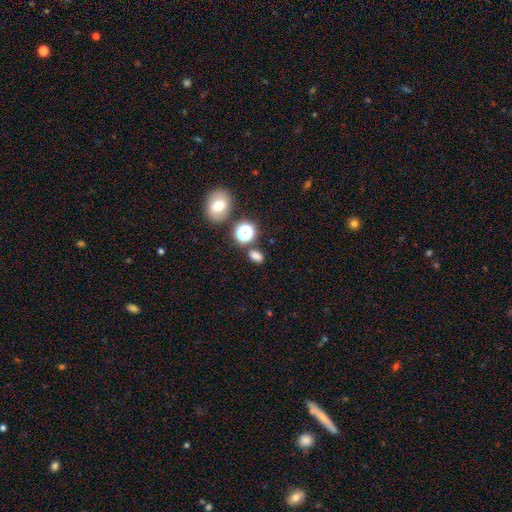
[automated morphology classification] Smooth or featured?
  - smooth: 73% *
  - star or artifact: 21%
  - featured or disk: 6%
How rounded?
  - in between: 70% *
  - round: 28%
  - cigar-shaped: 2%
Merging?
  - none: 78% *
  - minor disturbance: 11%
  - merger: 7%
  - major disturbance: 4%